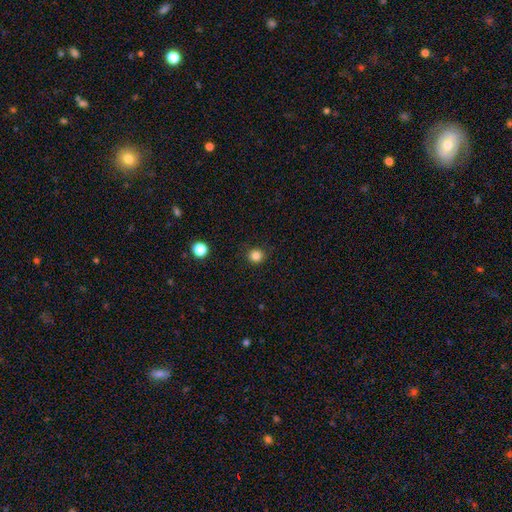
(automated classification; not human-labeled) Smooth or featured?
  - smooth: 84% *
  - star or artifact: 13%
  - featured or disk: 3%
How rounded?
  - round: 94% *
  - in between: 5%
  - cigar-shaped: 1%
Merging?
  - none: 90% *
  - minor disturbance: 6%
  - major disturbance: 2%
  - merger: 1%